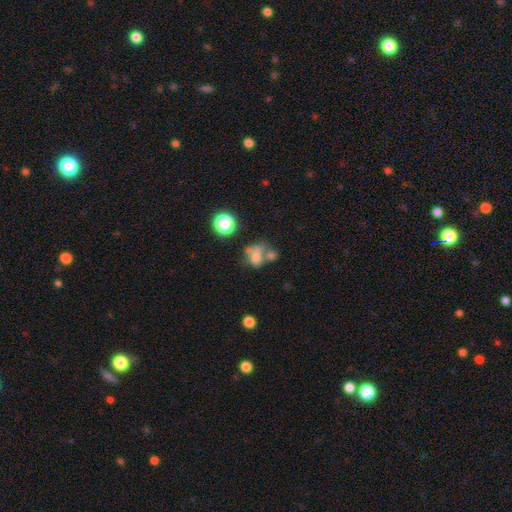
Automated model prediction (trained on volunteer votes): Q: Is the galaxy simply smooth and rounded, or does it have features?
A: smooth — 57%.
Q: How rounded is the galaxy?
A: in between — 61%.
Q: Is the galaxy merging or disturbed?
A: merger — 42%.